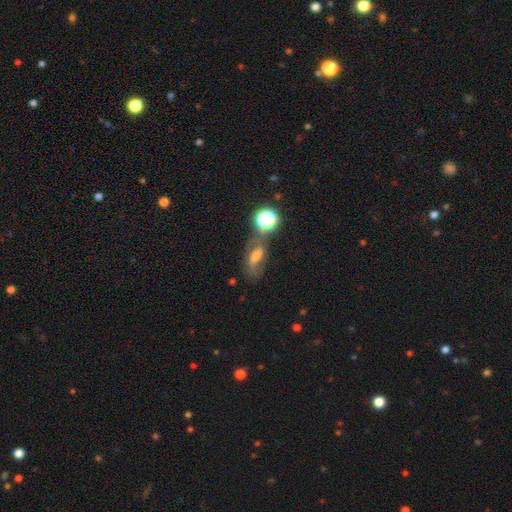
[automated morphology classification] Overall: featured or disk (49%; smooth 30%). Merging: none (51%; minor disturbance 20%).